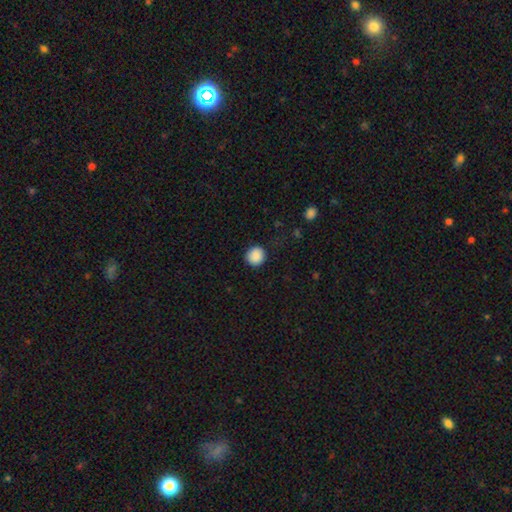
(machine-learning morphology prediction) smooth_or_featured: smooth (p=0.89) [alt: star or artifact p=0.08]
how_rounded: round (p=0.92) [alt: in between p=0.07]
merging: none (p=0.89) [alt: minor disturbance p=0.08]